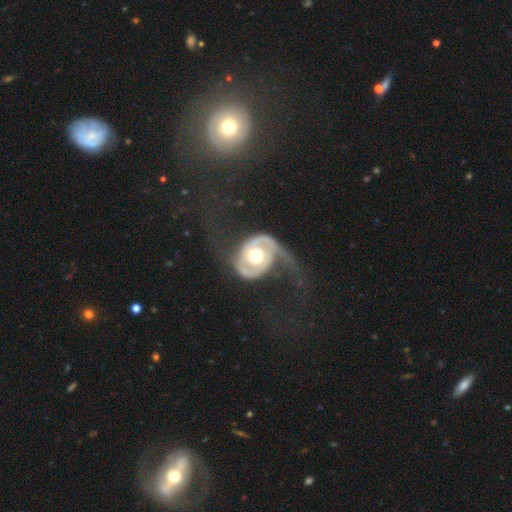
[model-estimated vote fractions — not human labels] A featured or disk galaxy (85%) with no bar (71%), 2 (79%) loose (44%) spiral arms (90%) and a moderate central bulge (62%). Merging: major disturbance (41%).